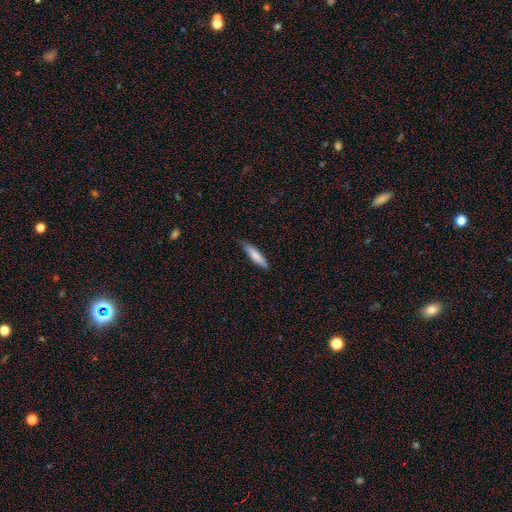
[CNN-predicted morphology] smooth_or_featured: smooth (p=0.79) [alt: featured or disk p=0.16]
how_rounded: cigar-shaped (p=0.80) [alt: in between p=0.19]
merging: none (p=0.74) [alt: minor disturbance p=0.21]